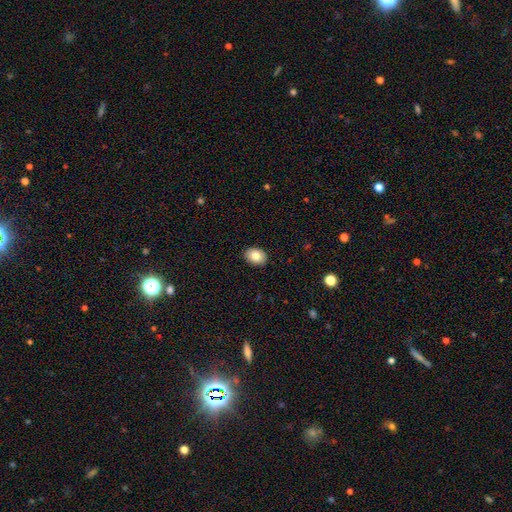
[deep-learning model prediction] The model was most divided on "how rounded": in between: 66%, round: 33%, cigar-shaped: 1%. More confident: merging — none (90%); smooth or featured — smooth (81%).